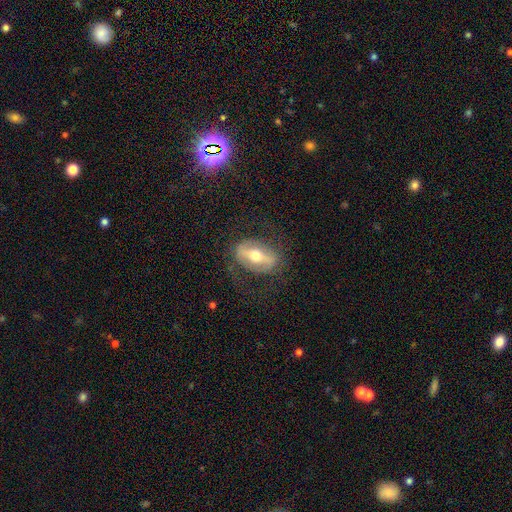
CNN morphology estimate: smooth-or-featured: featured or disk: 67% | smooth: 26% | star or artifact: 7%
  disk-edge-on: no: 81% | yes: 19%
    bar: strong: 64% | weak: 22% | no: 14%
    has-spiral-arms: no: 54% | yes: 46%
    bulge-size: moderate: 71% | small: 20% | large: 7% | dominant: 1% | none: 1%
  merging: none: 74% | minor disturbance: 14% | major disturbance: 11% | merger: 1%